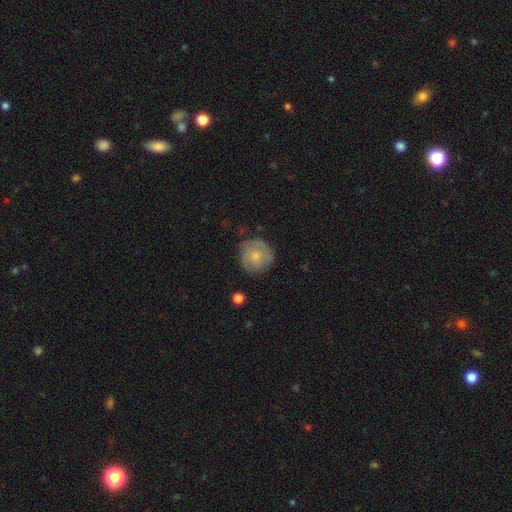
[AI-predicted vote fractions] Morphology: type=featured or disk (51%); edge-on=no (98%); merging=none (75%).